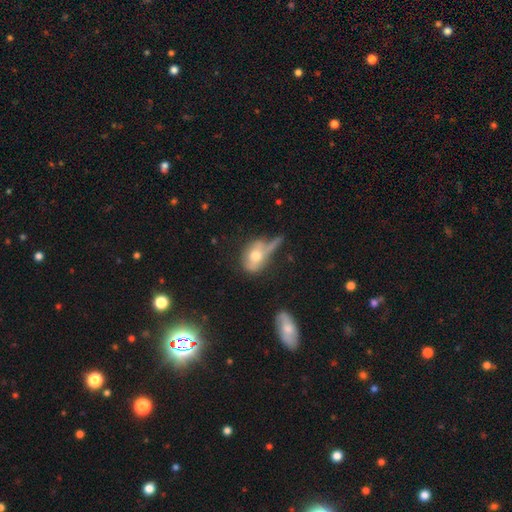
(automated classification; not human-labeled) Smooth or featured? Predicted: smooth (p=0.55). How rounded? Predicted: in between (p=0.72). Merging? Predicted: none (p=0.29).